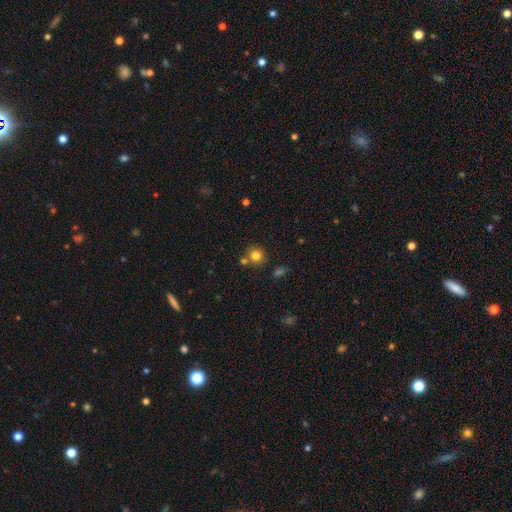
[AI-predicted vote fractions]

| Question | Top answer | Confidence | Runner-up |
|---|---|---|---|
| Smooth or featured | smooth | 80% | star or artifact (13%) |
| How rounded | round | 90% | in between (9%) |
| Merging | none | 76% | merger (13%) |